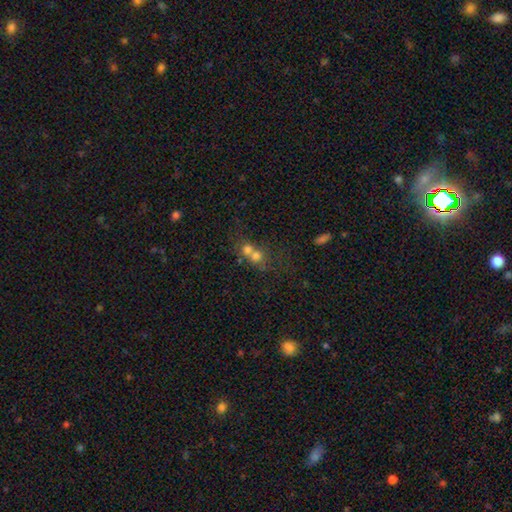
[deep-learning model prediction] Smooth or featured? smooth (67%)
How rounded? round (77%)
Merging? merger (65%)